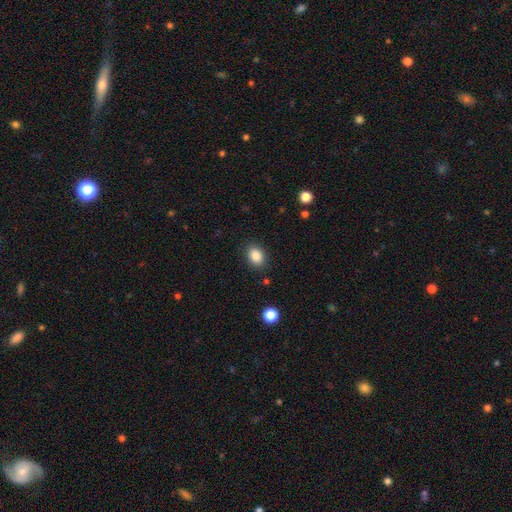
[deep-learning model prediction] Smooth or featured: smooth — 87% (star or artifact — 9%)
How rounded: in between — 72% (round — 26%)
Merging: none — 86% (minor disturbance — 10%)